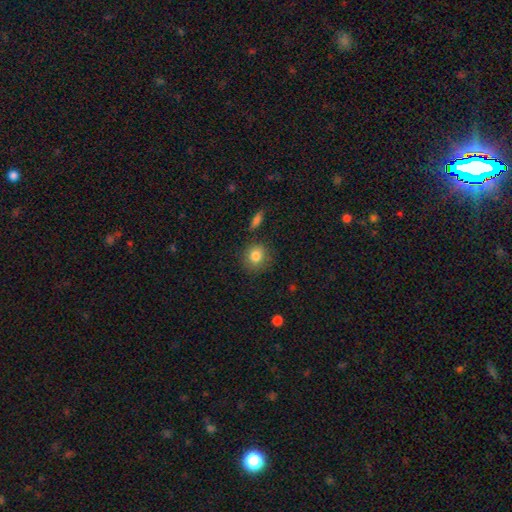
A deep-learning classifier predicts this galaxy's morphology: Overall: smooth (85%). How rounded: round (78%). Merging: none (81%).